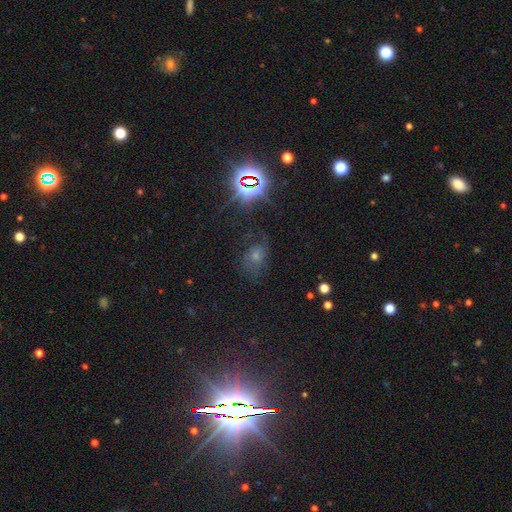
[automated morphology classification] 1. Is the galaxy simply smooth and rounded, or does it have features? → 49% star or artifact, 28% smooth, 22% featured or disk.